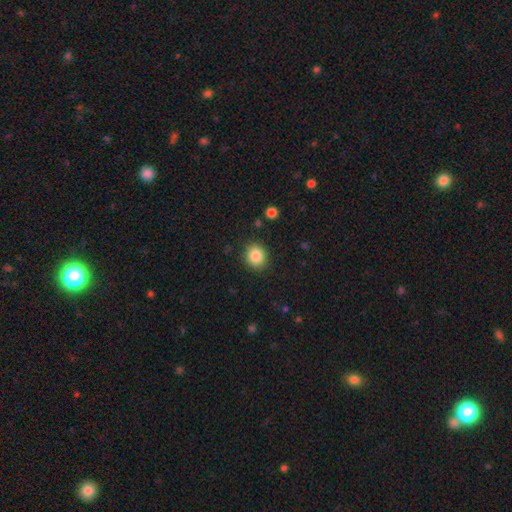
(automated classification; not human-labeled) A smooth galaxy with no disk features (86%) that is round (75%). Merging: none (88%).